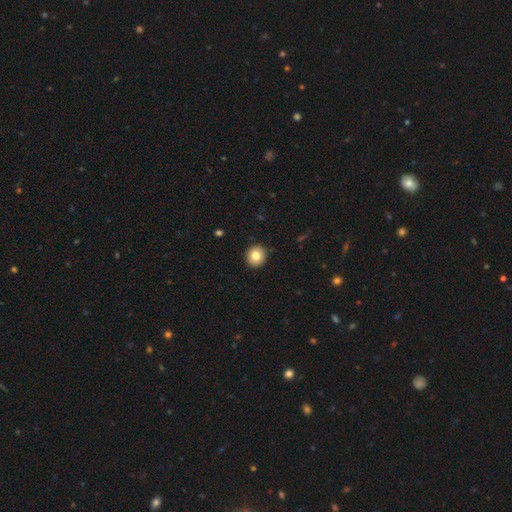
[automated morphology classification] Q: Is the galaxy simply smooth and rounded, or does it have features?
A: smooth — 81%.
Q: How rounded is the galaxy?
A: round — 91%.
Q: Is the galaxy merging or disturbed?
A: none — 92%.